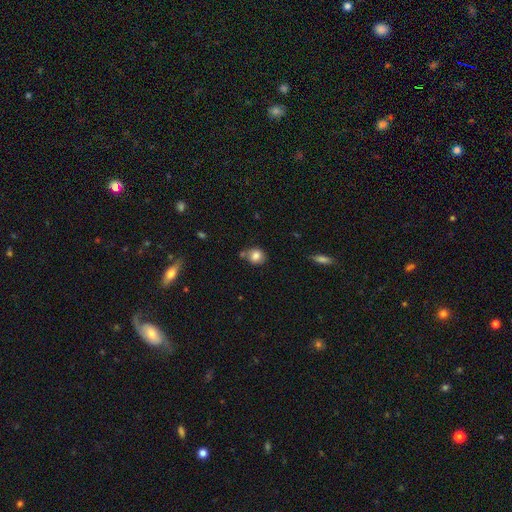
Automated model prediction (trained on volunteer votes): Smooth or featured?
  - smooth: 82% *
  - star or artifact: 10%
  - featured or disk: 8%
How rounded?
  - round: 74% *
  - in between: 25%
  - cigar-shaped: 1%
Merging?
  - none: 66% *
  - minor disturbance: 17%
  - merger: 13%
  - major disturbance: 4%